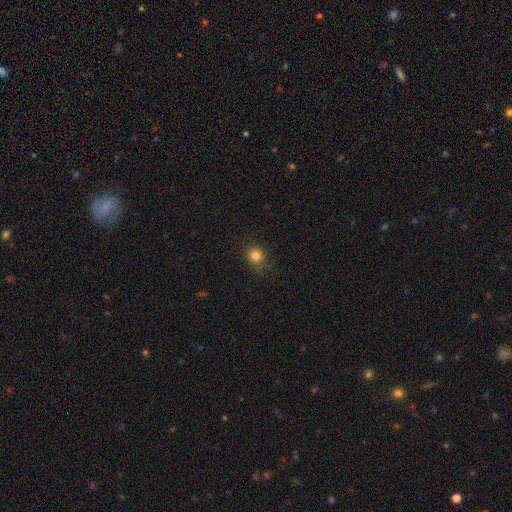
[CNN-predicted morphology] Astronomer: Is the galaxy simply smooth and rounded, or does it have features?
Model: smooth — 82%.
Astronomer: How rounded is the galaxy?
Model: round — 84%.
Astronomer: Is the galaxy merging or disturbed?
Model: none — 83%.